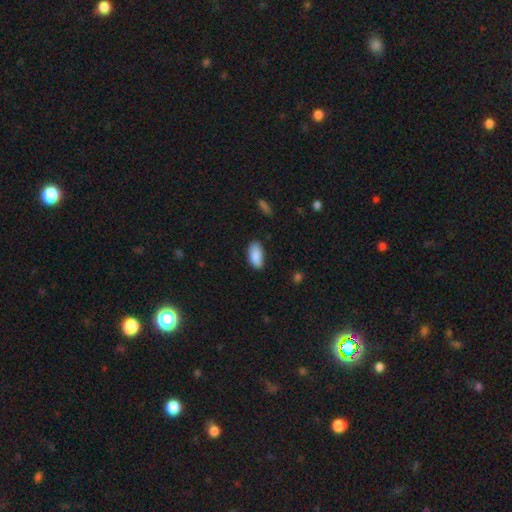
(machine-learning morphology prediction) Smooth or featured?
  - smooth: 88% *
  - star or artifact: 7%
  - featured or disk: 5%
How rounded?
  - in between: 93% *
  - cigar-shaped: 4%
  - round: 2%
Merging?
  - none: 75% *
  - minor disturbance: 20%
  - major disturbance: 3%
  - merger: 2%